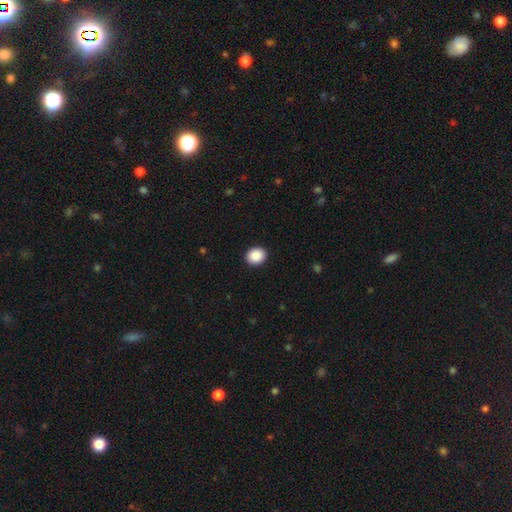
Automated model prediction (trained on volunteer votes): Smooth or featured? smooth (90%)
How rounded? round (64%)
Merging? none (92%)